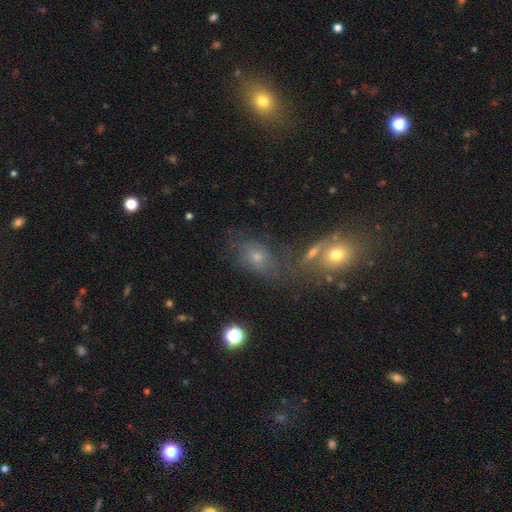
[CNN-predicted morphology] smooth 45%, featured or disk 36%, star or artifact 19%. Down the decision tree: merging — none (48%).